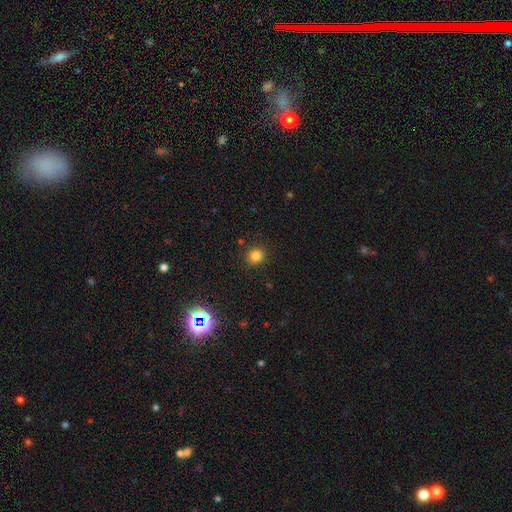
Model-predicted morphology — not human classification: smooth-or-featured: smooth: 81% | star or artifact: 14% | featured or disk: 5%
  how-rounded: round: 89% | in between: 10% | cigar-shaped: 1%
  merging: none: 90% | minor disturbance: 6% | major disturbance: 2% | merger: 1%